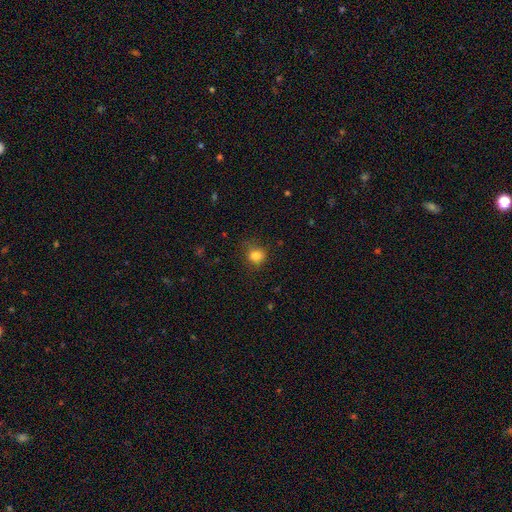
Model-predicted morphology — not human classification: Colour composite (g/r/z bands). It shows a smooth galaxy with no disk features (82%) that is round (83%). Merging: none (78%).